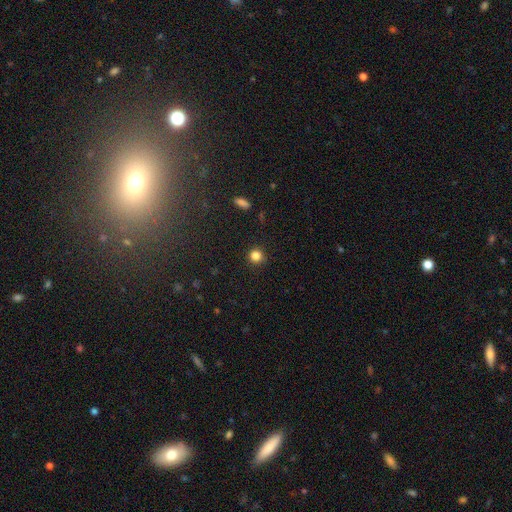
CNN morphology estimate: smooth_or_featured: smooth (p=0.83) [alt: star or artifact p=0.13]
how_rounded: round (p=0.94) [alt: in between p=0.05]
merging: none (p=0.90) [alt: minor disturbance p=0.07]